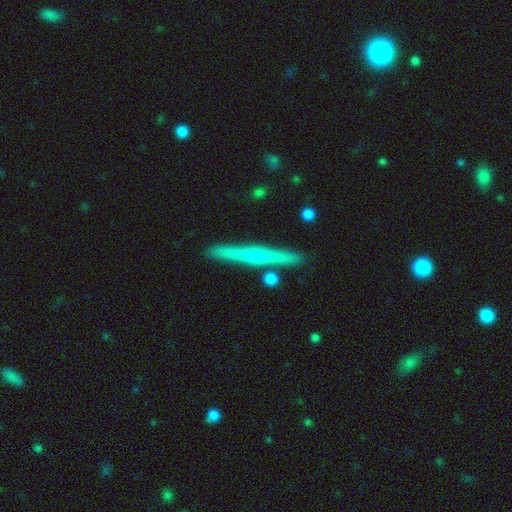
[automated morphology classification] This appears to be a featured or disk galaxy (64%) viewed edge-on (98%) with a rounded central bulge (70%). Merging: none (88%).